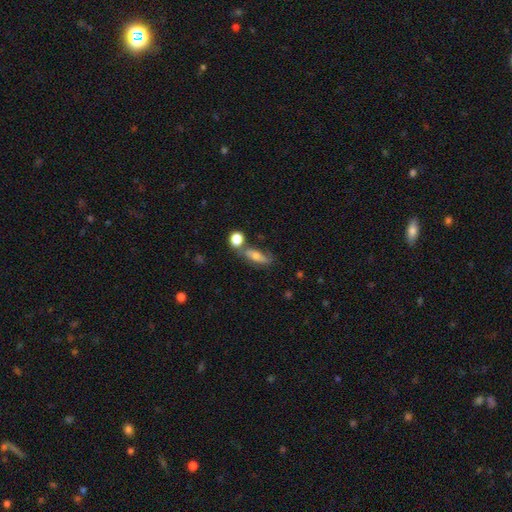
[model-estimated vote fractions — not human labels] A smooth galaxy with no disk features (55%) that is in between round and cigar-shaped (60%). Merging: none (55%).